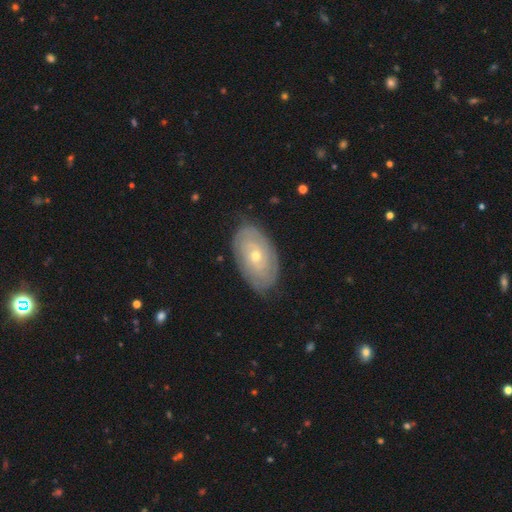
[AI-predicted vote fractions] A featured or disk galaxy (74%) with no bar (77%), tight (81%) spiral arms (84%) and a small central bulge (54%).

Vote fractions:
- Smooth or featured? featured or disk: 74% / smooth: 20% / star or artifact: 6%
- Edge-on disk? no: 94% / yes: 6%
- Bar? no: 77% / weak: 19% / strong: 4%
- Spiral arms? yes: 84% / no: 16%
- Spiral winding? tight: 81% / medium: 14% / loose: 5%
- Spiral arm count? can't tell: 51% / 2: 25% / 3: 10% / 4: 6% / more than 4: 4% / 1: 4%
- Bulge size? small: 54% / moderate: 43% / large: 1% / none: 1% / dominant: 1%
- Merging? none: 82% / minor disturbance: 14% / major disturbance: 3% / merger: 1%